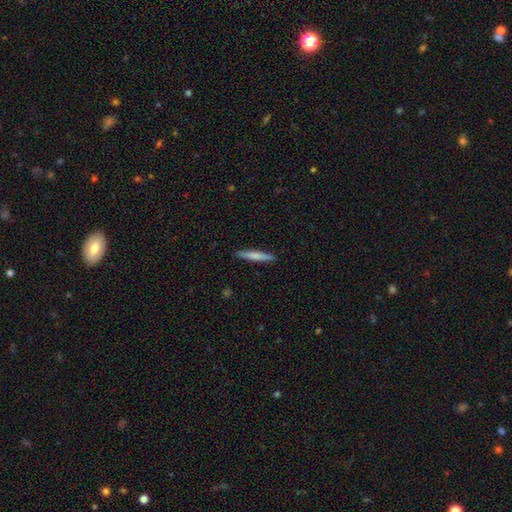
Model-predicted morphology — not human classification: A smooth galaxy with no disk features (70%) that is cigar-shaped (94%). Merging: none (90%).